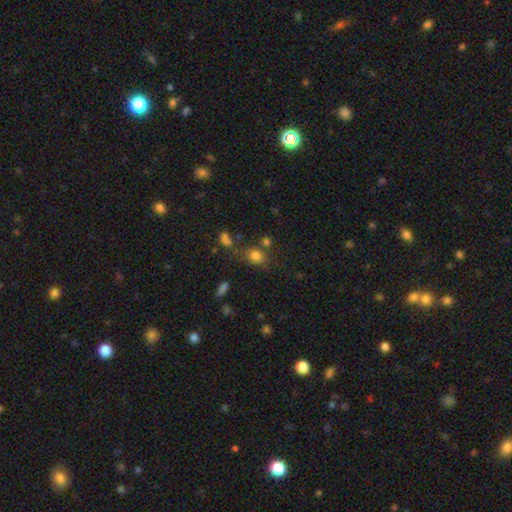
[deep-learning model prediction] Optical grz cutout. It shows a smooth galaxy with no disk features (78%) that is round (58%). Merging: none (66%).